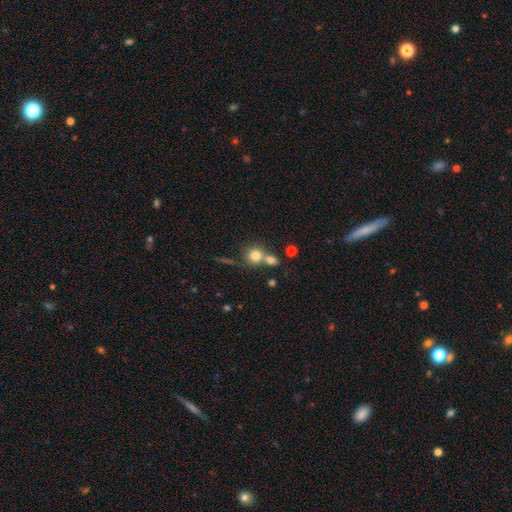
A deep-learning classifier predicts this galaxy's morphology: This appears to be a smooth galaxy with no disk features (78%) that is round (86%). Merging: none (46%).